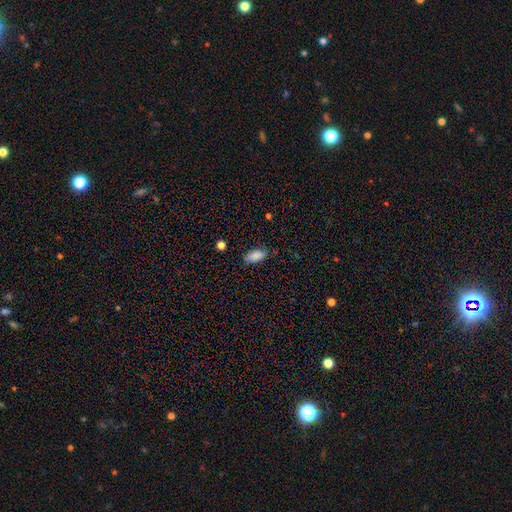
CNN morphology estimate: This appears to be a smooth galaxy with no disk features (87%) that is in between round and cigar-shaped (89%). Merging: none (80%).